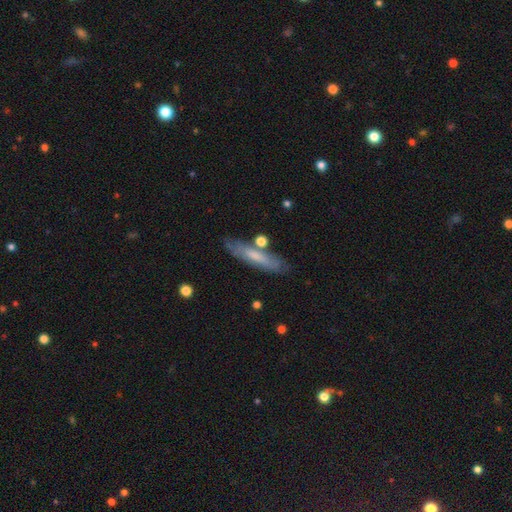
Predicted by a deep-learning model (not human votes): Smooth or featured? smooth (57%)
How rounded? cigar-shaped (80%)
Merging? none (74%)